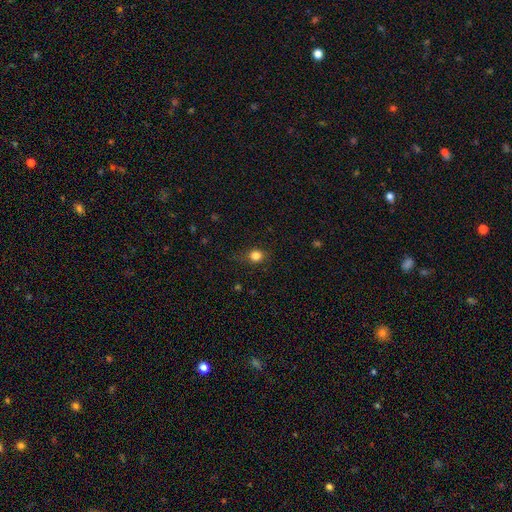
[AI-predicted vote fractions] smooth_or_featured: smooth (p=0.81) [alt: star or artifact p=0.13]
how_rounded: round (p=0.80) [alt: in between p=0.19]
merging: none (p=0.78) [alt: minor disturbance p=0.16]